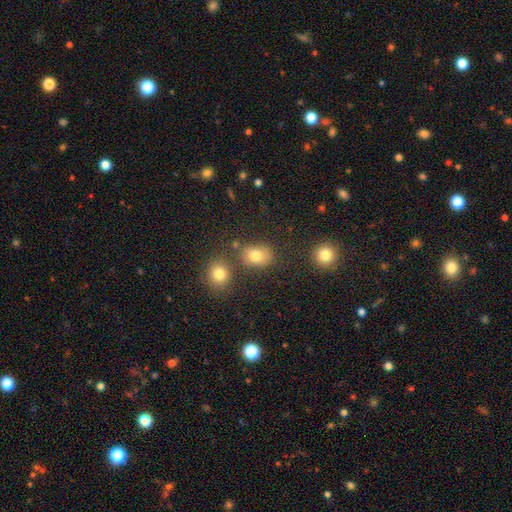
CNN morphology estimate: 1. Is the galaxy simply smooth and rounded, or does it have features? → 78% smooth, 13% star or artifact, 8% featured or disk.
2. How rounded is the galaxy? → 56% in between, 43% round, 1% cigar-shaped.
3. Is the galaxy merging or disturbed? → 71% none, 13% minor disturbance, 11% merger, 5% major disturbance.